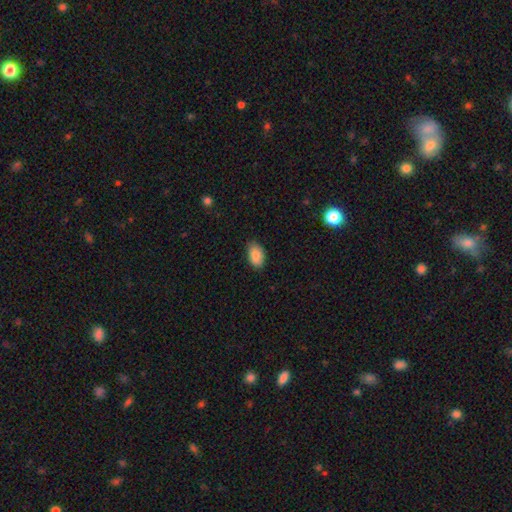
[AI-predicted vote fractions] Smooth or featured: smooth — 88% (star or artifact — 8%)
How rounded: in between — 92% (round — 7%)
Merging: none — 80% (minor disturbance — 16%)